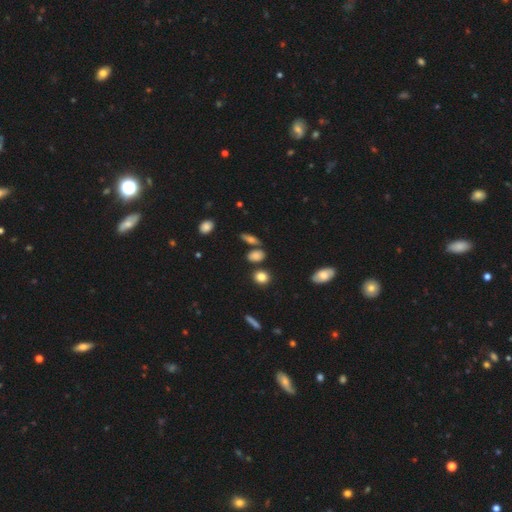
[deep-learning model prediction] smooth 81%, star or artifact 11%, featured or disk 8%. Down the decision tree: how rounded — in between (65%); merging — none (73%).